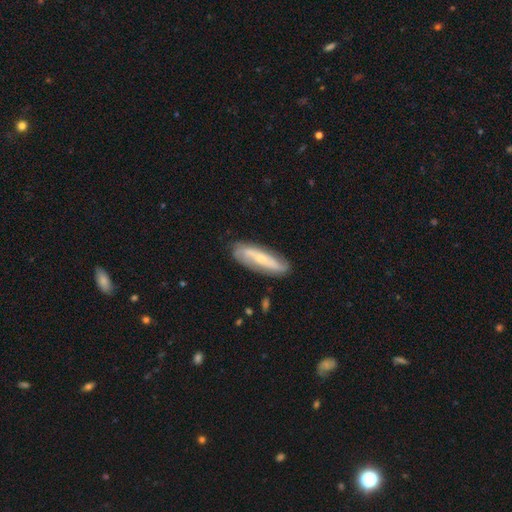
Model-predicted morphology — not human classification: Smooth or featured?
  - featured or disk: 61% *
  - smooth: 31%
  - star or artifact: 8%
Edge-on disk?
  - no: 63% *
  - yes: 37%
Merging?
  - none: 84% *
  - minor disturbance: 12%
  - major disturbance: 3%
  - merger: 1%